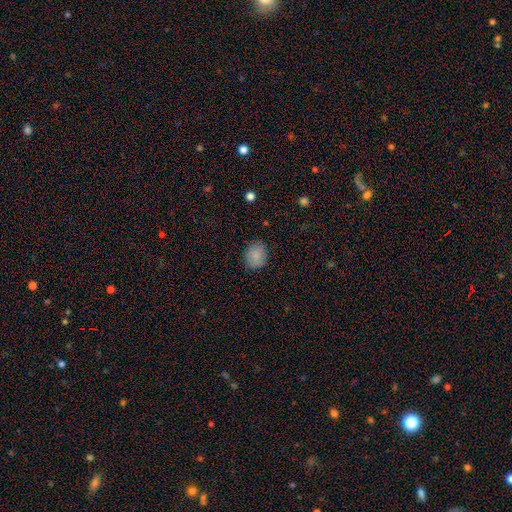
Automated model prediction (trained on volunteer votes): Overall: smooth (85%). How rounded: round (52%; in between 47%). Merging: none (83%).